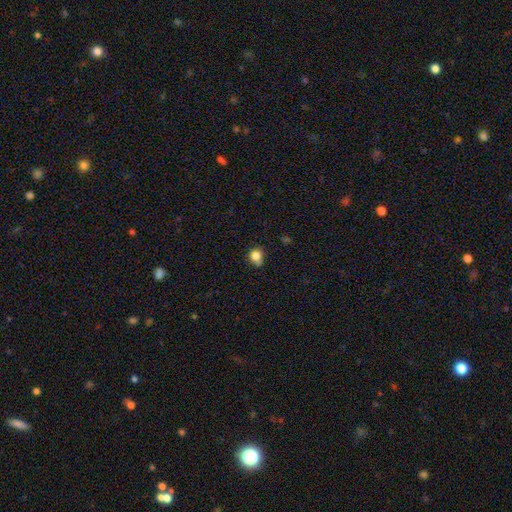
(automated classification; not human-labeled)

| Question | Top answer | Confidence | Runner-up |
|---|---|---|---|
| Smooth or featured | smooth | 81% | star or artifact (12%) |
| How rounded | round | 78% | in between (21%) |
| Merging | none | 58% | minor disturbance (28%) |